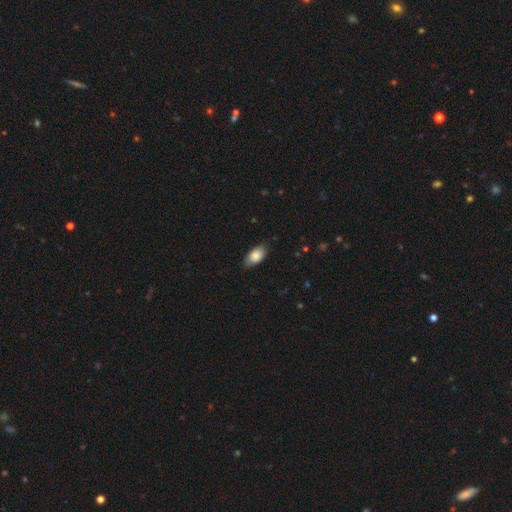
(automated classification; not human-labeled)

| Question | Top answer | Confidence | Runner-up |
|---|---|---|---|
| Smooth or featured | smooth | 83% | featured or disk (10%) |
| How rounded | in between | 92% | round (5%) |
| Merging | none | 77% | minor disturbance (19%) |